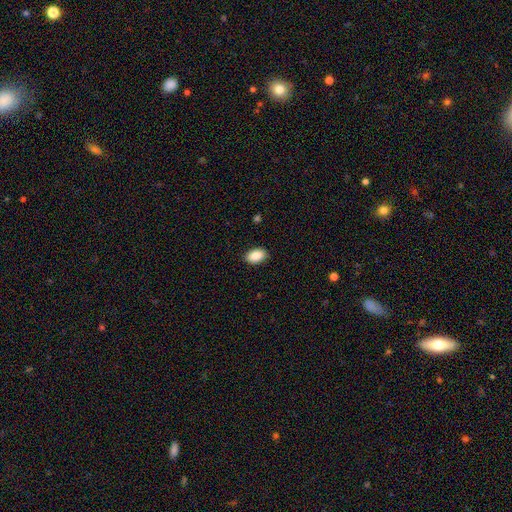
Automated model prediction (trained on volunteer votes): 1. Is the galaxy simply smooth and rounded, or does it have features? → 90% smooth, 7% star or artifact, 3% featured or disk.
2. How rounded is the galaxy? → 91% in between, 8% round, 1% cigar-shaped.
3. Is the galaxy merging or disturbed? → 89% none, 8% minor disturbance, 2% major disturbance, 1% merger.